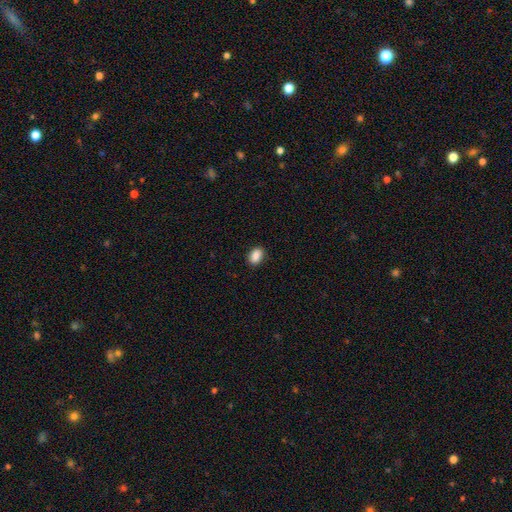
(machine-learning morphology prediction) Overall: smooth (88%). How rounded: in between (83%). Merging: none (87%).